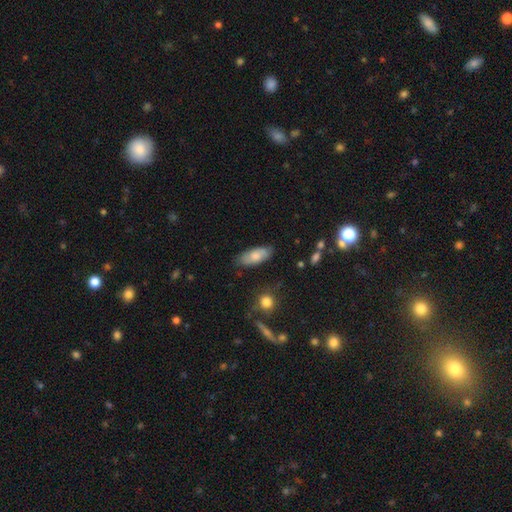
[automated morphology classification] Smooth or featured: smooth — 74% (featured or disk — 20%)
How rounded: in between — 83% (cigar-shaped — 14%)
Merging: none — 79% (minor disturbance — 15%)